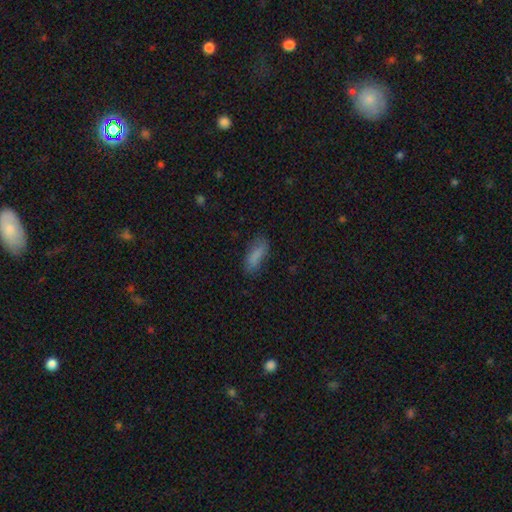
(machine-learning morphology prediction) Smooth or featured?
  - smooth: 81% *
  - featured or disk: 10%
  - star or artifact: 8%
How rounded?
  - in between: 65% *
  - cigar-shaped: 33%
  - round: 2%
Merging?
  - none: 73% *
  - minor disturbance: 20%
  - major disturbance: 6%
  - merger: 2%